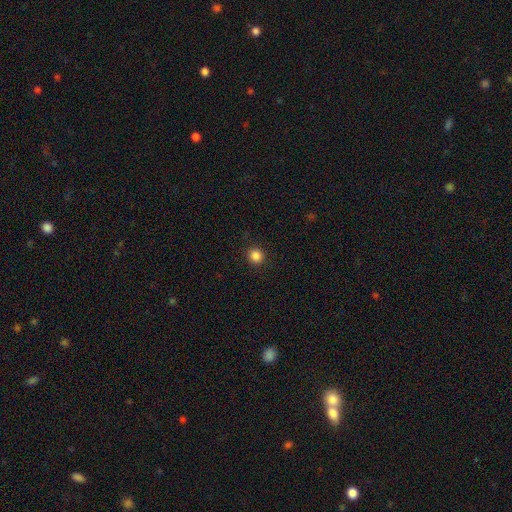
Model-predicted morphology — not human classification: Smooth or featured? Predicted: smooth (p=0.86). How rounded? Predicted: round (p=0.92). Merging? Predicted: none (p=0.92).